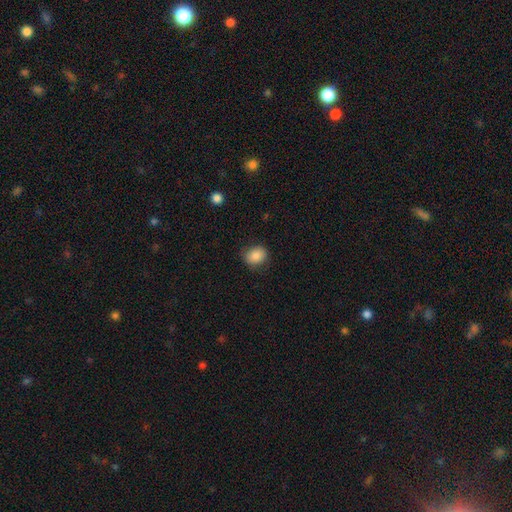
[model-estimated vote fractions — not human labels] smooth_or_featured: smooth (p=0.85) [alt: star or artifact p=0.09]
how_rounded: round (p=0.60) [alt: in between p=0.39]
merging: none (p=0.84) [alt: minor disturbance p=0.12]